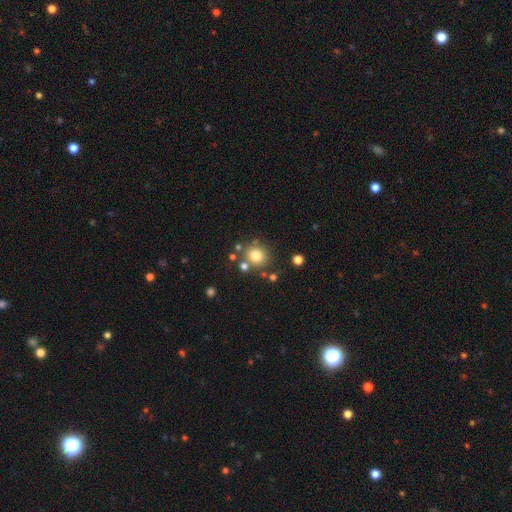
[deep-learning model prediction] Smooth or featured? smooth (78%)
How rounded? round (87%)
Merging? none (76%)